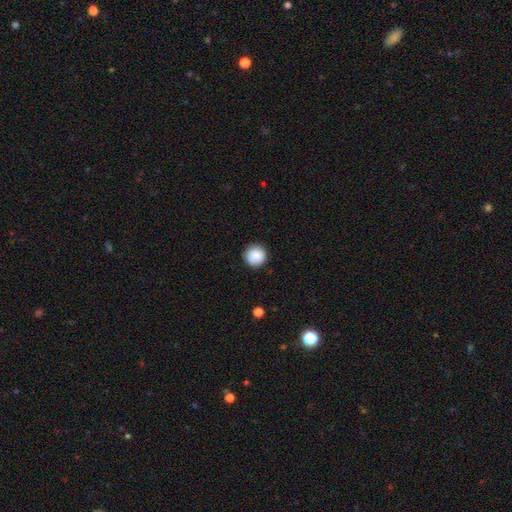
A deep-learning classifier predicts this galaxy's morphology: The model was most divided on "smooth or featured": smooth: 86%, star or artifact: 8%, featured or disk: 6%. More confident: how rounded — round (96%); merging — none (91%).